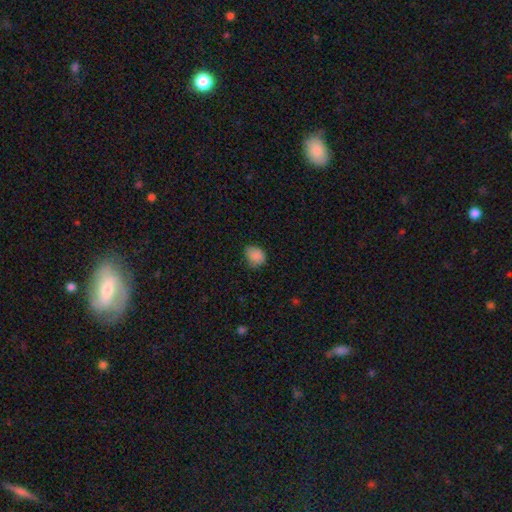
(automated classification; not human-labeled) This appears to be a smooth galaxy with no disk features (86%) that is round (56%). Merging: none (70%).